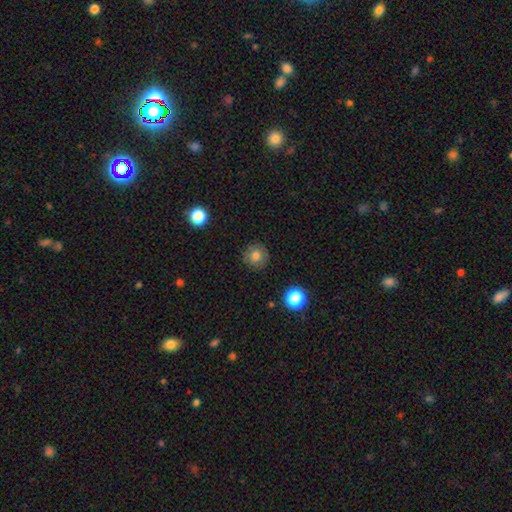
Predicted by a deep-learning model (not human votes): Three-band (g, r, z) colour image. It shows a smooth galaxy with no disk features (78%) that is round (94%). Merging: none (88%).